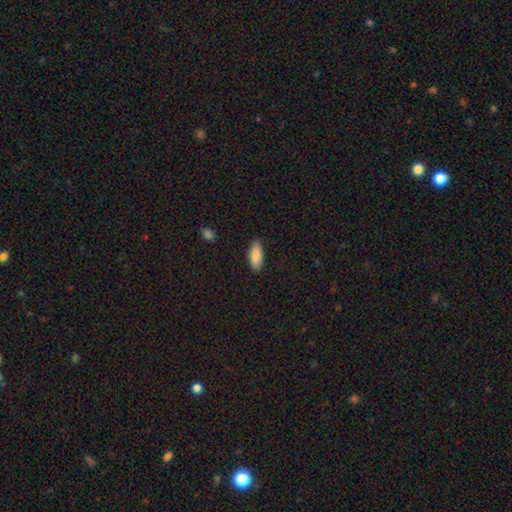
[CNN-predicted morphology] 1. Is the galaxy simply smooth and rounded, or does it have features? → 87% smooth, 7% featured or disk, 6% star or artifact.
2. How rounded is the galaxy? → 82% in between, 16% cigar-shaped, 2% round.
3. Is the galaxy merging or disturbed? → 87% none, 10% minor disturbance, 2% major disturbance, 1% merger.